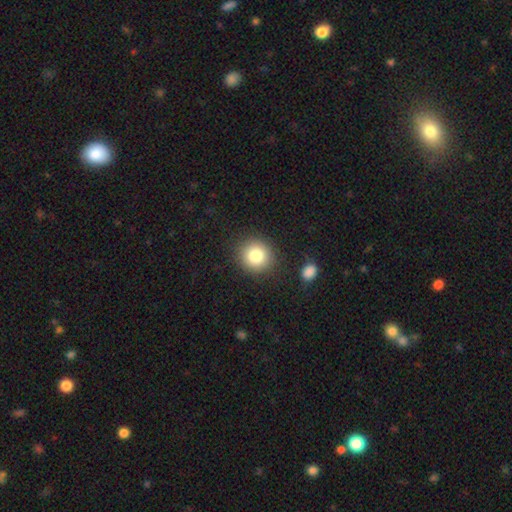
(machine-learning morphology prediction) This appears to be a smooth galaxy with no disk features (82%) that is round (89%). Merging: none (87%).